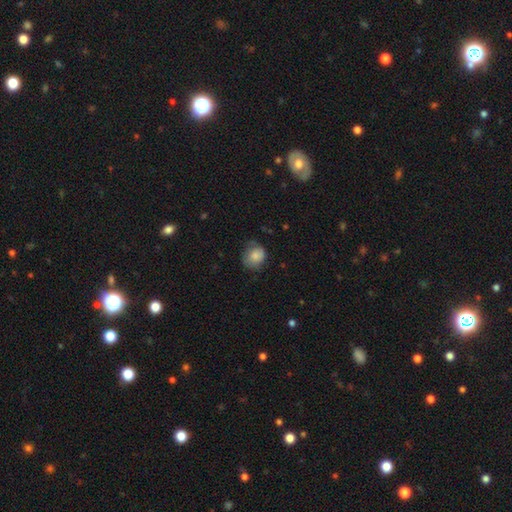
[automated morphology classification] A smooth galaxy with no disk features (80%) that is round (70%). Merging: none (59%).